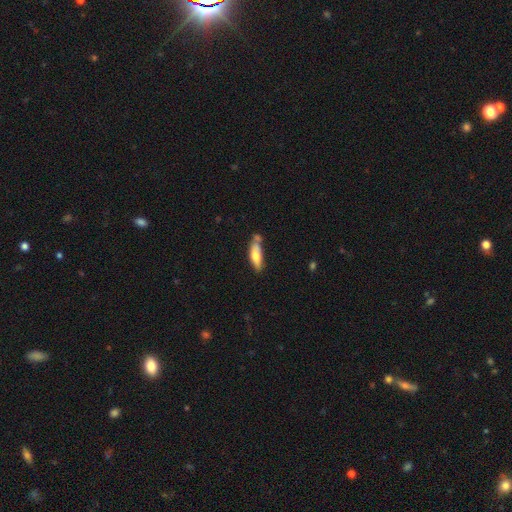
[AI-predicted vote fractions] Smooth or featured? Predicted: smooth (p=0.66). How rounded? Predicted: in between (p=0.52). Merging? Predicted: none (p=0.52).